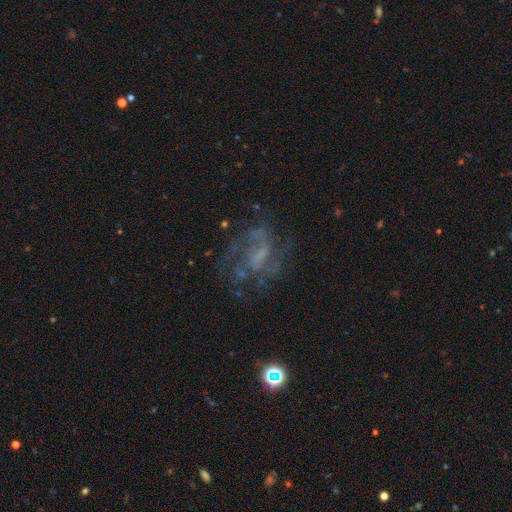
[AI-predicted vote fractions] Smooth or featured? featured or disk (67%)
Edge-on disk? no (97%)
Bar? weak (43%, tied with no)
Spiral arms? yes (78%)
Spiral winding? medium (44%)
Spiral arm count? can't tell (37%)
Bulge size? none (43%)
Merging? none (60%)